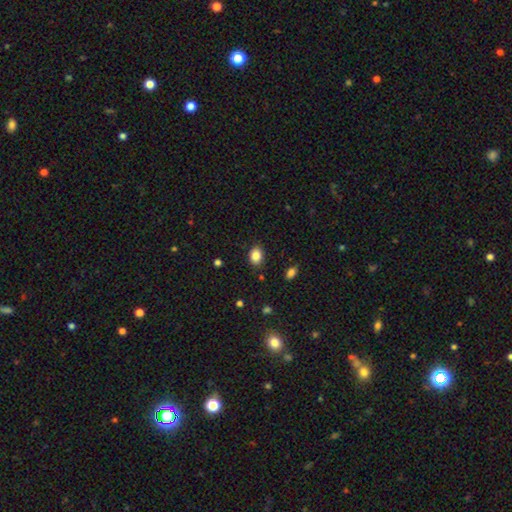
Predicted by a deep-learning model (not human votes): A smooth galaxy with no disk features (86%) that is in between round and cigar-shaped (65%).

Vote fractions:
- Smooth or featured? smooth: 86% / star or artifact: 9% / featured or disk: 5%
- How rounded? in between: 65% / round: 34% / cigar-shaped: 1%
- Merging? none: 86% / minor disturbance: 10% / major disturbance: 3% / merger: 2%